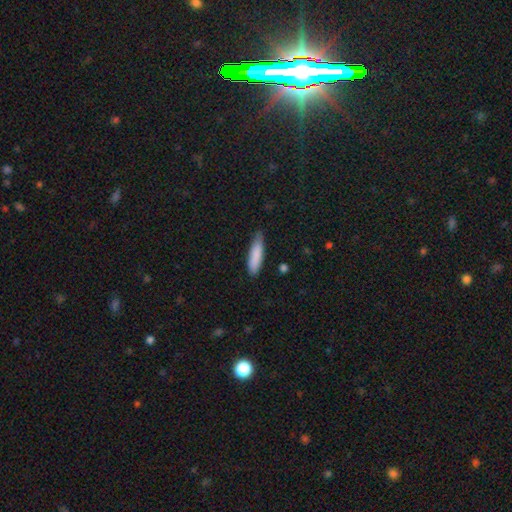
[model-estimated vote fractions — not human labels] Overall: smooth (85%). How rounded: cigar-shaped (67%; in between 31%). Merging: none (71%).